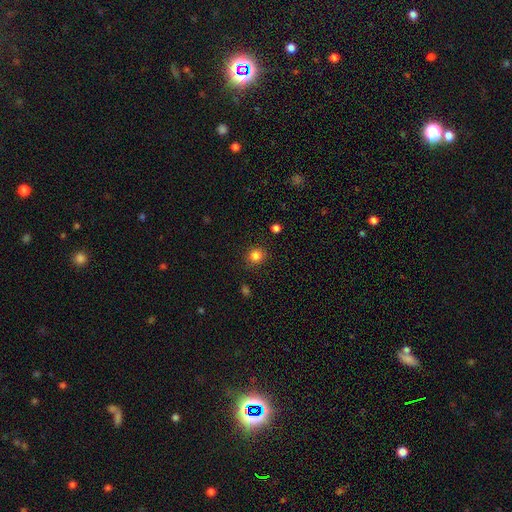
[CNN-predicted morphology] Smooth or featured? Predicted: smooth (p=0.84). How rounded? Predicted: round (p=0.88). Merging? Predicted: none (p=0.88).